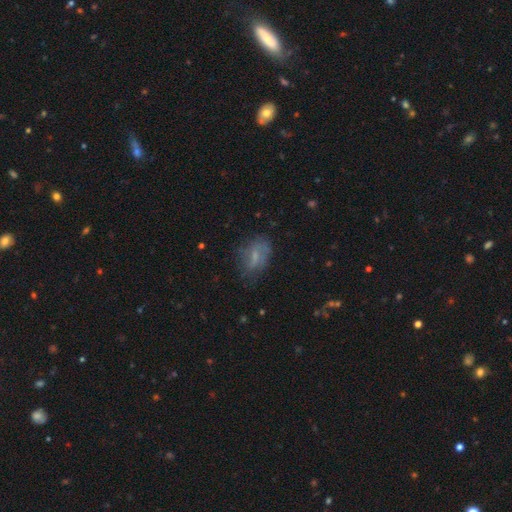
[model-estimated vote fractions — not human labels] smooth 49%, featured or disk 40%, star or artifact 11%. Down the decision tree: merging — none (57%).